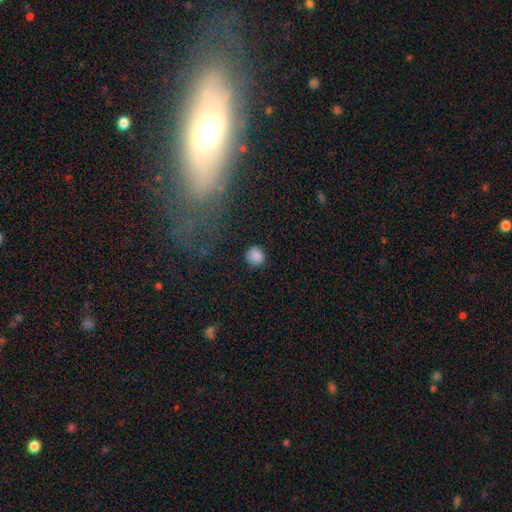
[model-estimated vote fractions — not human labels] Smooth or featured: smooth — 85% (star or artifact — 10%)
How rounded: round — 90% (in between — 9%)
Merging: none — 85% (minor disturbance — 10%)